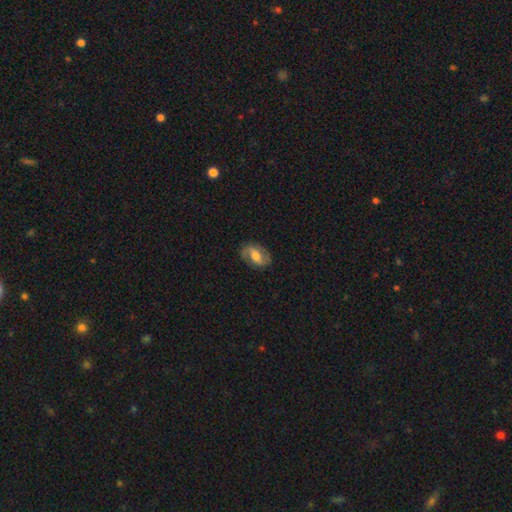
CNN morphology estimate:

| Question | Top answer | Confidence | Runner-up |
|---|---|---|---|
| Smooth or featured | featured or disk | 65% | smooth (28%) |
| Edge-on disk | no | 96% | yes (4%) |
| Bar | weak | 46% | no (33%) |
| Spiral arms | yes | 89% | no (11%) |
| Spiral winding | medium | 45% | loose (33%) |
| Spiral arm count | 2 | 86% | can't tell (6%) |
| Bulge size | moderate | 58% | small (19%) |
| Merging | none | 79% | minor disturbance (15%) |